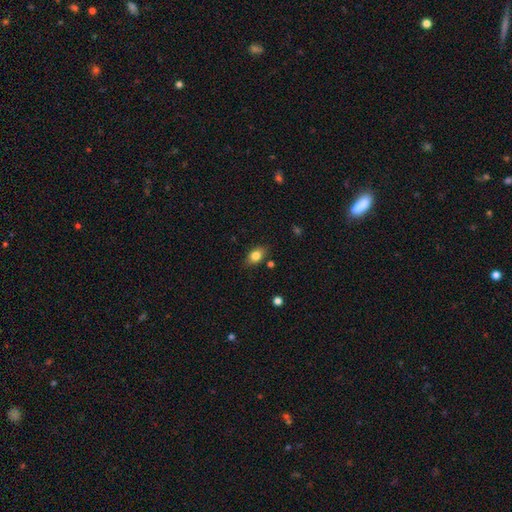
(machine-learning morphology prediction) smooth 81%, featured or disk 10%, star or artifact 9%. Down the decision tree: how rounded — in between (80%); merging — none (81%).